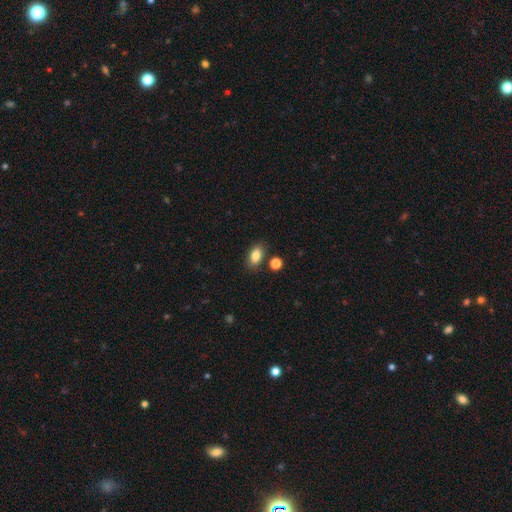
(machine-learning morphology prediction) This appears to be a smooth galaxy with no disk features (84%) that is in between round and cigar-shaped (88%). Merging: none (80%).